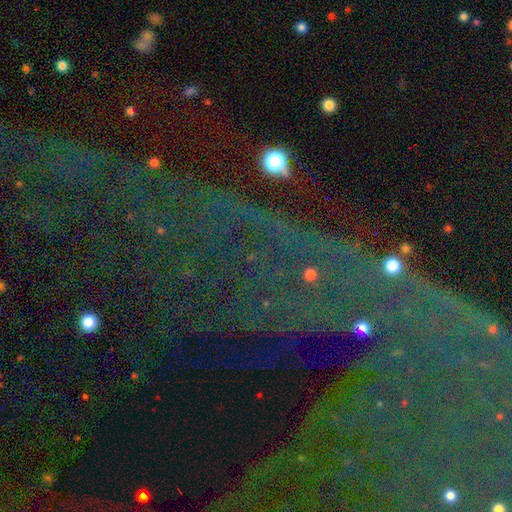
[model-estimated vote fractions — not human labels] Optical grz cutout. It shows a star or artifact, not a galaxy (74%).